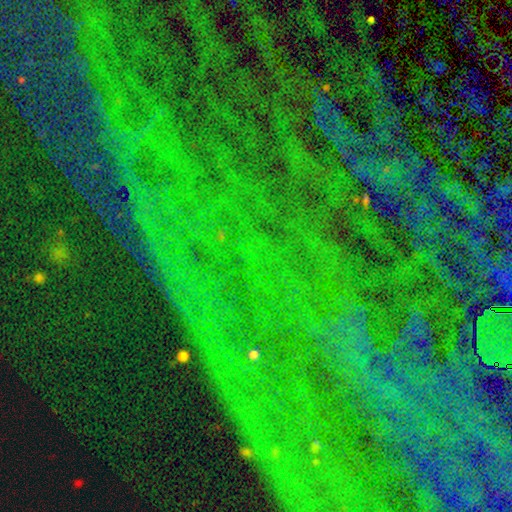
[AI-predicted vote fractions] This is clearly a star or artifact rather than a galaxy (84%).